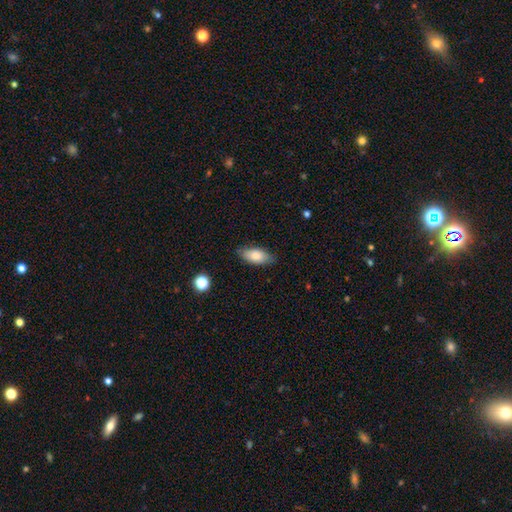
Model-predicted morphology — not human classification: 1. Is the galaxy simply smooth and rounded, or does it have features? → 81% smooth, 12% featured or disk, 7% star or artifact.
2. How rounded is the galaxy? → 88% in between, 9% cigar-shaped, 3% round.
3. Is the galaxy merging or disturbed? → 81% none, 15% minor disturbance, 3% major disturbance, 1% merger.